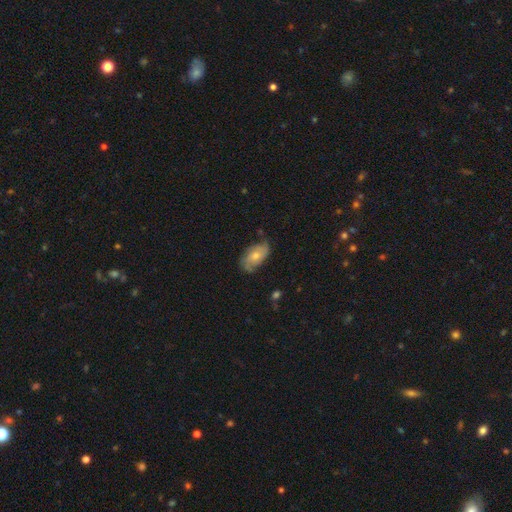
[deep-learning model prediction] A smooth galaxy with no disk features (50%). Merging: none (64%).